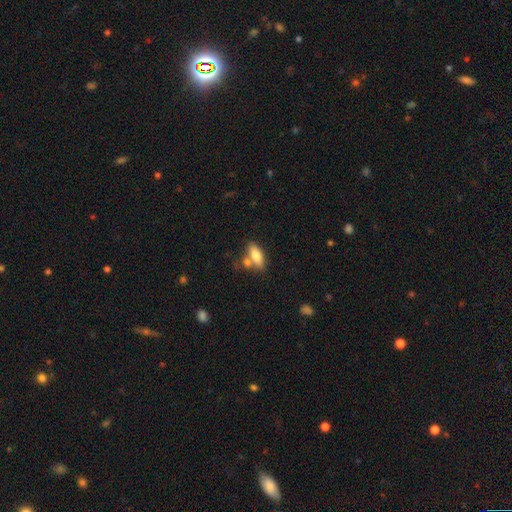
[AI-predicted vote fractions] Overall: smooth (79%). How rounded: in between (79%). Merging: none (52%; merger 29%).